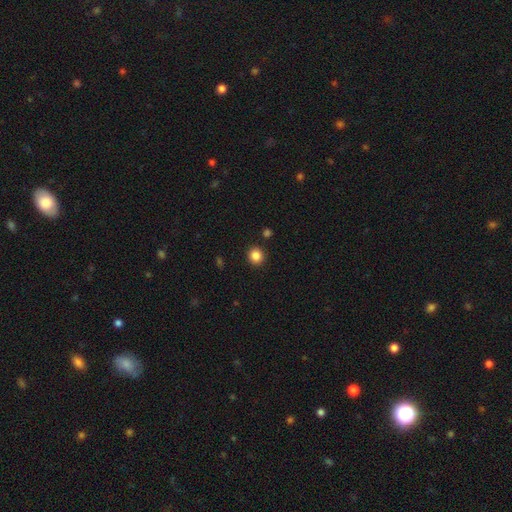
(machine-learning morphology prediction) smooth-or-featured: smooth: 85% | star or artifact: 11% | featured or disk: 4%
  how-rounded: round: 90% | in between: 9% | cigar-shaped: 1%
  merging: none: 91% | minor disturbance: 5% | merger: 2% | major disturbance: 2%